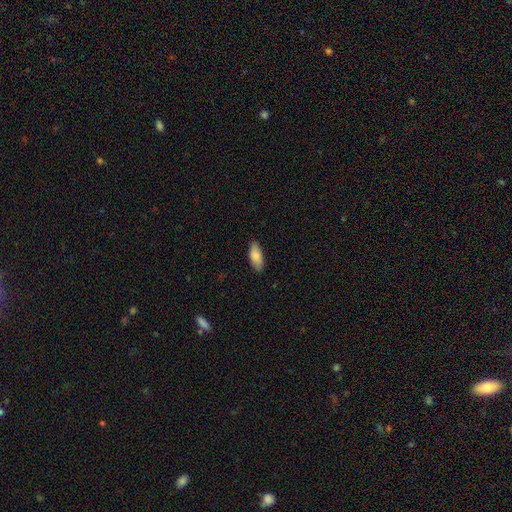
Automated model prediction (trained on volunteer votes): A smooth galaxy with no disk features (85%) that is in between round and cigar-shaped (82%). Merging: none (86%).